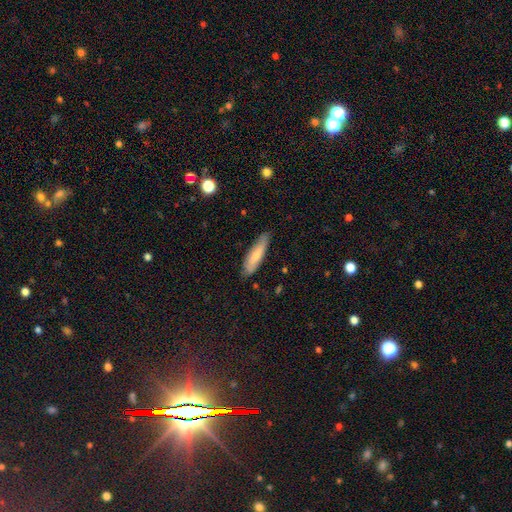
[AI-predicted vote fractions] Smooth or featured: smooth — 74% (featured or disk — 20%)
How rounded: cigar-shaped — 69% (in between — 30%)
Merging: none — 78% (minor disturbance — 17%)